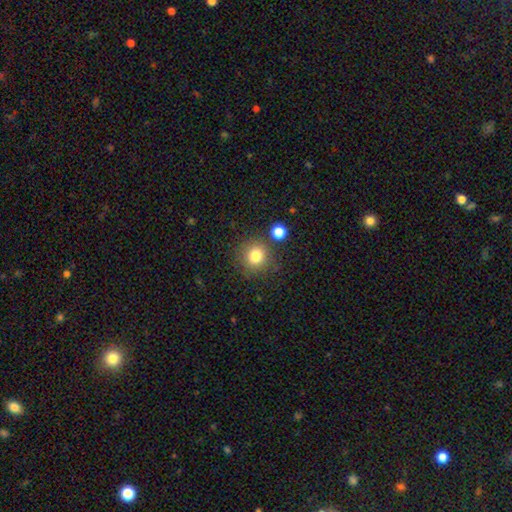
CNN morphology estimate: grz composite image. It shows a smooth galaxy with no disk features (80%) that is round (92%). Merging: none (80%).